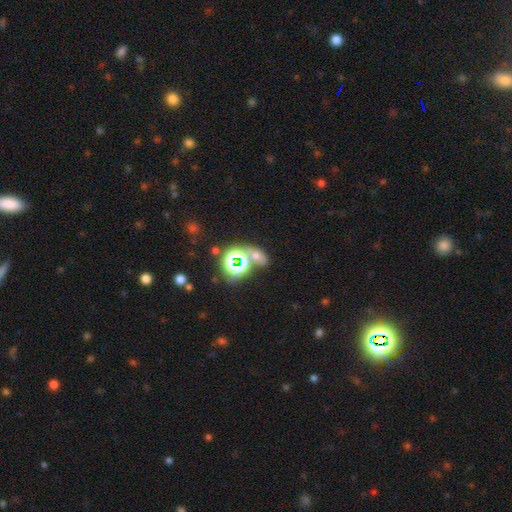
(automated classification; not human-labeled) This appears to be a smooth galaxy with no disk features (43%, tied with star or artifact). Merging: none (49%).